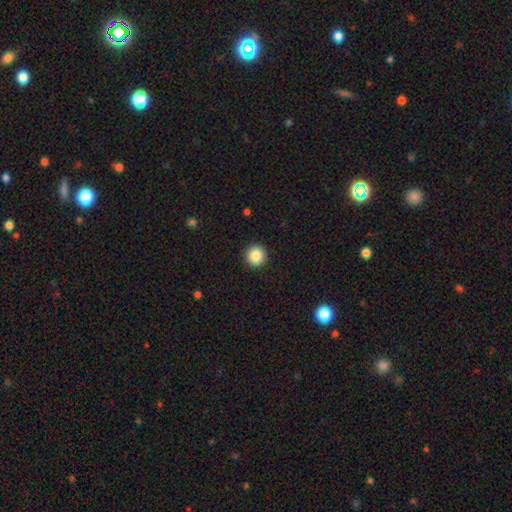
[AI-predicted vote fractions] Overall: smooth (86%). How rounded: round (95%). Merging: none (93%).